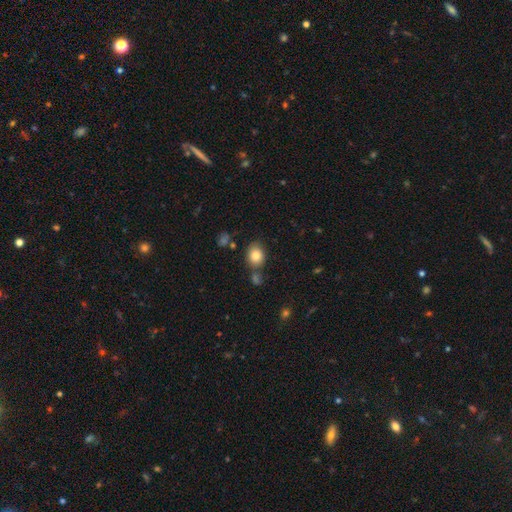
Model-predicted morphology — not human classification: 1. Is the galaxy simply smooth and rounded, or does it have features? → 82% smooth, 10% star or artifact, 8% featured or disk.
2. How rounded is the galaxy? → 50% round, 49% in between, 1% cigar-shaped.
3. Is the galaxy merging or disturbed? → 73% none, 14% minor disturbance, 10% merger, 4% major disturbance.